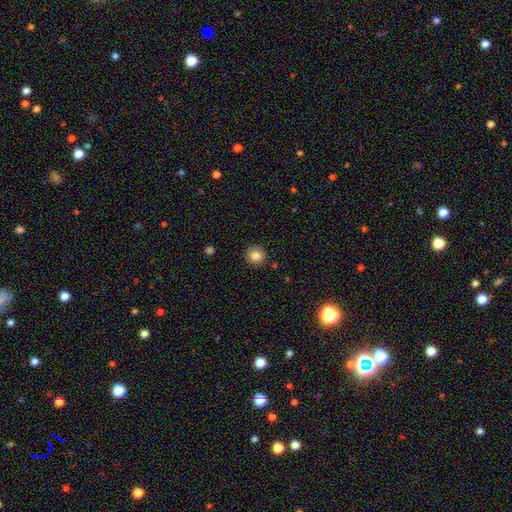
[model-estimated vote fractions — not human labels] Morphology: type=smooth (84%); roundness=round (93%); merging=none (90%).